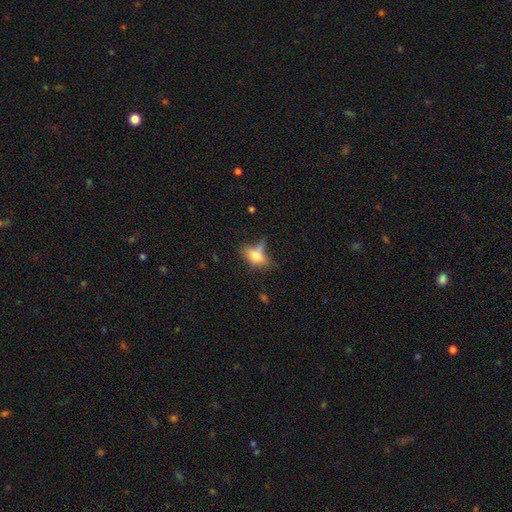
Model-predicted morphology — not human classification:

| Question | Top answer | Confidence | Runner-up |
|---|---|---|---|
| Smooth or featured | smooth | 68% | featured or disk (20%) |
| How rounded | in between | 77% | round (17%) |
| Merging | none | 41% | minor disturbance (26%) |